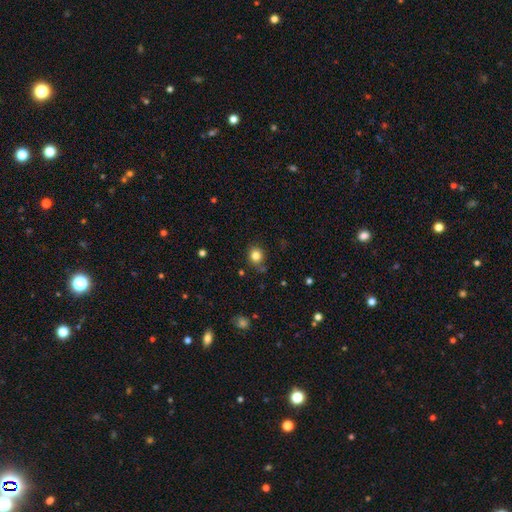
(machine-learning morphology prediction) smooth_or_featured: smooth (p=0.82) [alt: star or artifact p=0.12]
how_rounded: round (p=0.77) [alt: in between p=0.22]
merging: none (p=0.76) [alt: minor disturbance p=0.17]